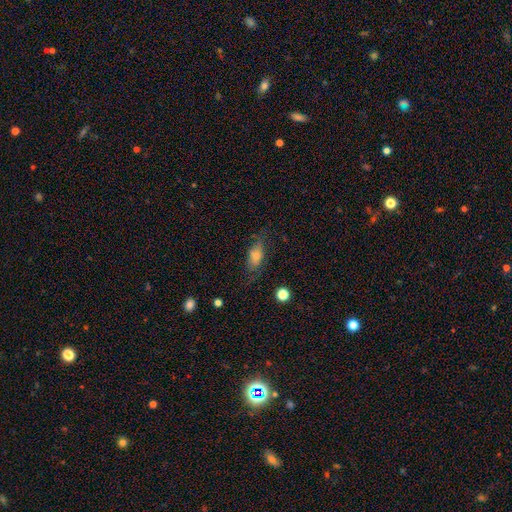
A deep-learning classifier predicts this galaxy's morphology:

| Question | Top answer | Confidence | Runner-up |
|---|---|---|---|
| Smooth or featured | smooth | 54% | featured or disk (33%) |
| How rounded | in between | 69% | cigar-shaped (24%) |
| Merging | none | 66% | minor disturbance (21%) |